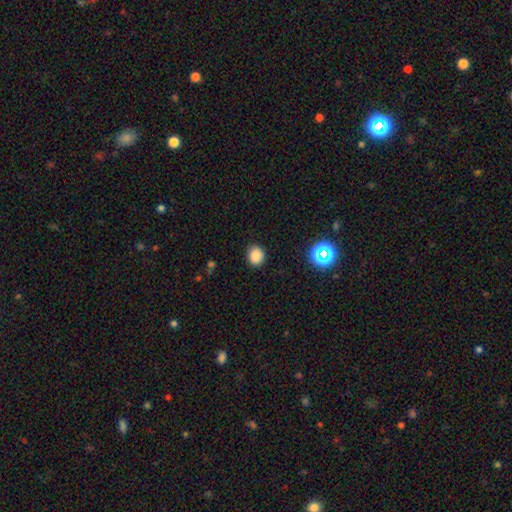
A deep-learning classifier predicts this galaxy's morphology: smooth 83%, star or artifact 13%, featured or disk 4%. Down the decision tree: how rounded — round (70%); merging — none (88%).